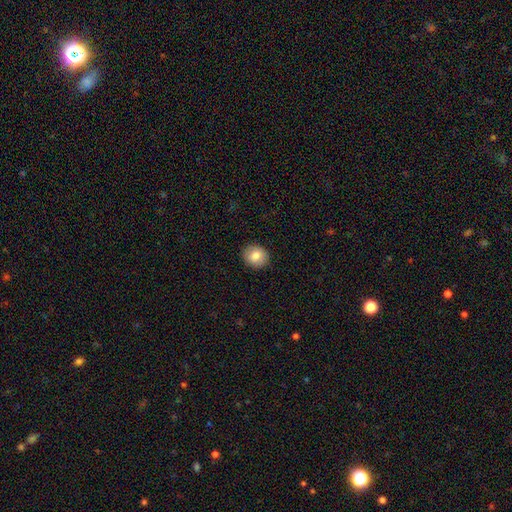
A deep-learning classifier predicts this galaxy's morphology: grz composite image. It shows a smooth galaxy with no disk features (81%) that is round (73%). Merging: none (91%).